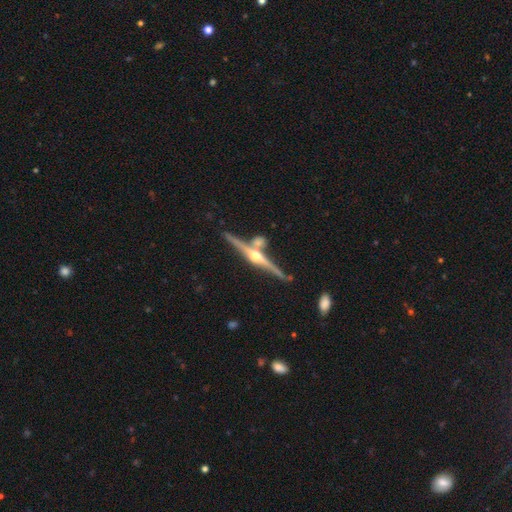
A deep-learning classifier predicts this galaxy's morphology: A featured or disk galaxy (87%) viewed edge-on (98%) with a rounded central bulge (95%).

Vote fractions:
- Smooth or featured? featured or disk: 87% / smooth: 8% / star or artifact: 5%
- Edge-on disk? yes: 98% / no: 2%
- Edge-on bulge? rounded: 95% / boxy: 3% / none: 2%
- Merging? none: 75% / merger: 13% / minor disturbance: 10% / major disturbance: 2%